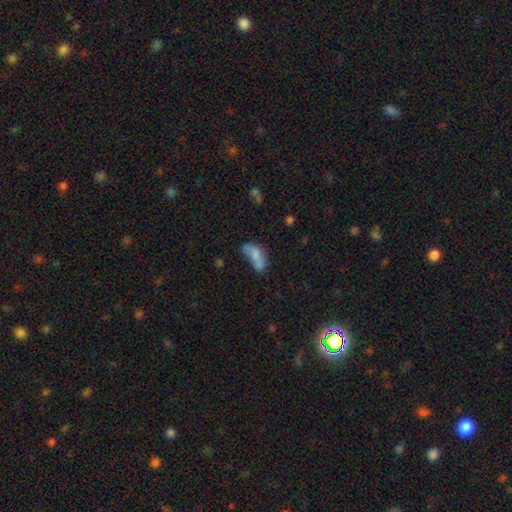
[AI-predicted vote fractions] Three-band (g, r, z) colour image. It shows a smooth galaxy with no disk features (65%) that is in between round and cigar-shaped (83%). Merging: merger (32%).